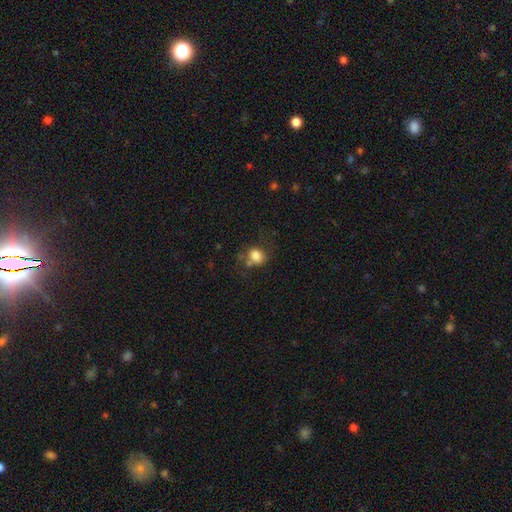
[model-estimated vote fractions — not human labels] This appears to be a smooth galaxy with no disk features (80%) that is round (62%). Merging: none (53%).